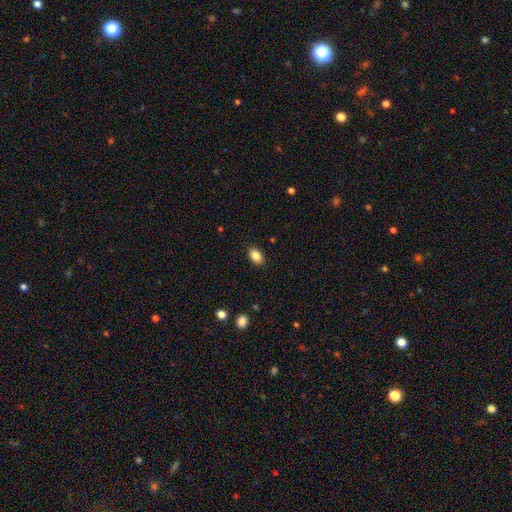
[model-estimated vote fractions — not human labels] This appears to be a smooth galaxy with no disk features (87%) that is in between round and cigar-shaped (90%). Merging: none (88%).